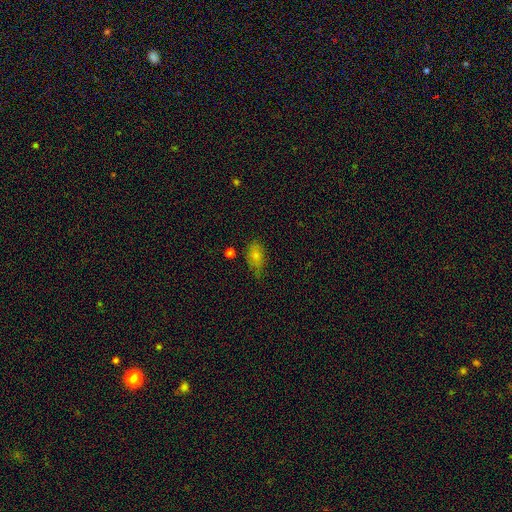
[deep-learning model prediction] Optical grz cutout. It shows a smooth galaxy with no disk features (78%) that is in between round and cigar-shaped (87%). Merging: none (52%).